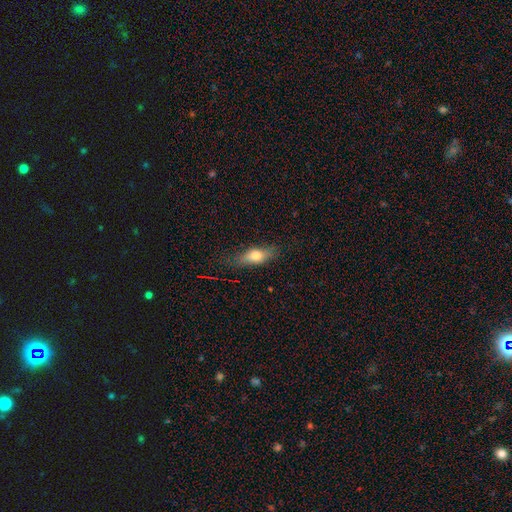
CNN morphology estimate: This is likely a smooth galaxy (71%). How rounded: likely in between (68%). Merging: likely none (74%).